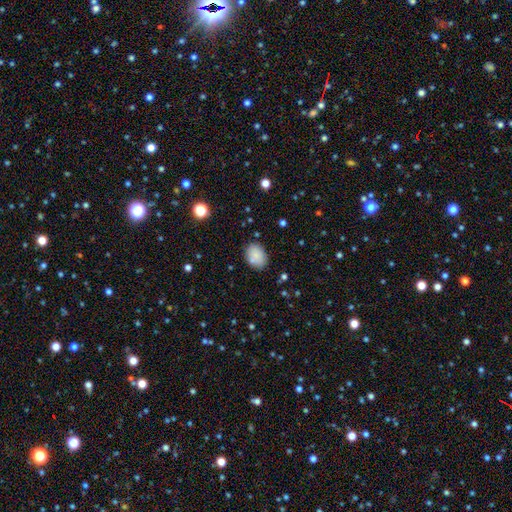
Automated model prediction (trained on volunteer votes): Smooth or featured? smooth (84%)
How rounded? in between (76%)
Merging? none (79%)